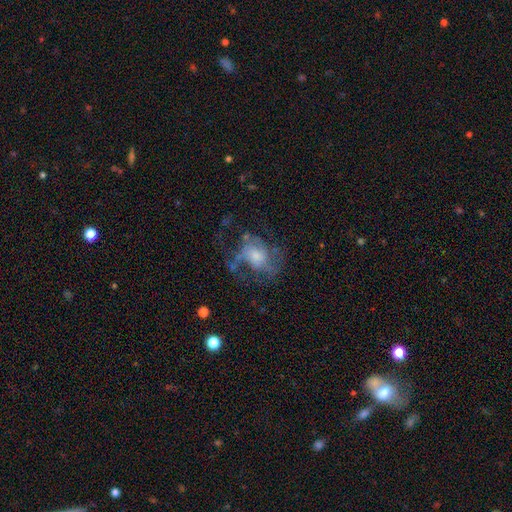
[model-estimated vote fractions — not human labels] Smooth or featured? featured or disk (66%)
Edge-on disk? no (97%)
Bar? no (73%)
Spiral arms? yes (74%)
Bulge size? moderate (43%)
Merging? none (47%)